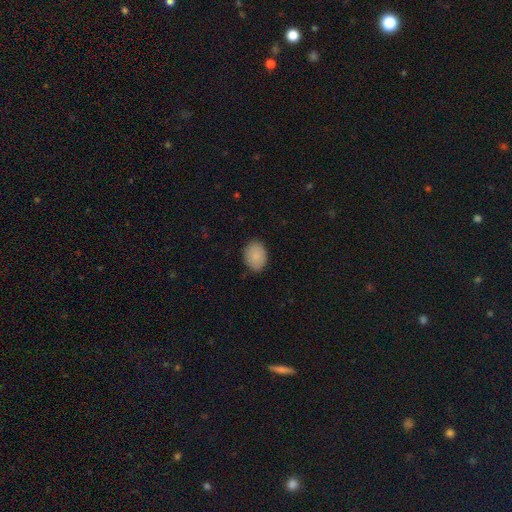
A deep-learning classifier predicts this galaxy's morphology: The model was most divided on "how rounded": in between: 70%, round: 29%, cigar-shaped: 1%. More confident: smooth or featured — smooth (89%); merging — none (84%).